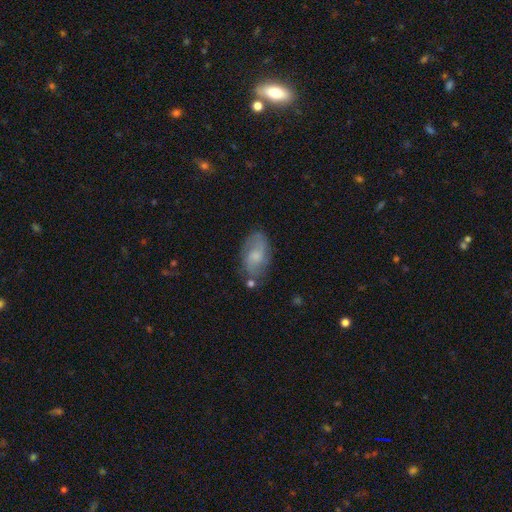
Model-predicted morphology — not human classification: Q: Smooth or featured?
A: featured or disk (56%); runner-up: smooth (35%)
Q: Edge-on disk?
A: no (95%); runner-up: yes (5%)
Q: Bar?
A: no (59%); runner-up: weak (37%)
Q: Spiral arms?
A: yes (86%); runner-up: no (14%)
Q: Bulge size?
A: small (39%); runner-up: moderate (36%)
Q: Merging?
A: none (69%); runner-up: minor disturbance (20%)